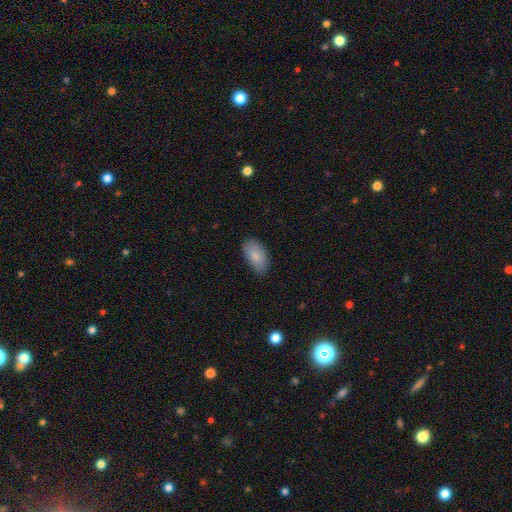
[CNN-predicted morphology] Smooth or featured: smooth — 85% (featured or disk — 8%)
How rounded: in between — 94% (round — 3%)
Merging: none — 83% (minor disturbance — 13%)